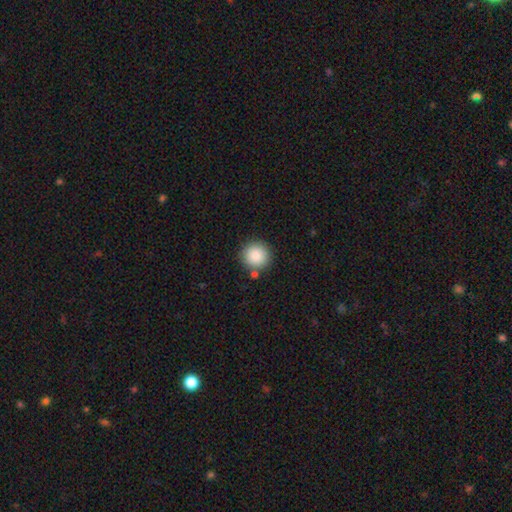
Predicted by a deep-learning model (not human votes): smooth-or-featured: smooth: 87% | star or artifact: 9% | featured or disk: 5%
  how-rounded: round: 95% | in between: 4% | cigar-shaped: 1%
  merging: none: 84% | minor disturbance: 8% | merger: 6% | major disturbance: 2%